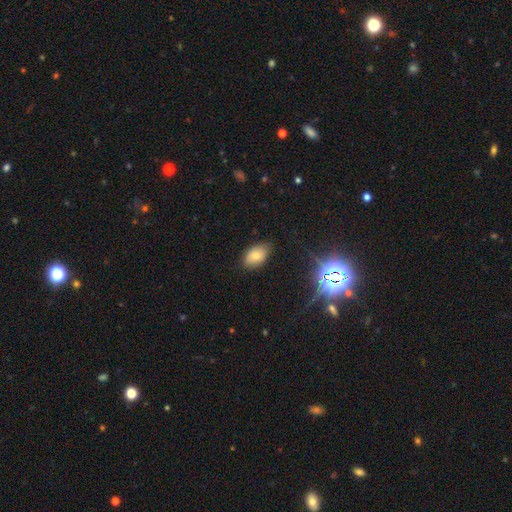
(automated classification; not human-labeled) Overall: smooth (74%). How rounded: in between (90%). Merging: none (80%).